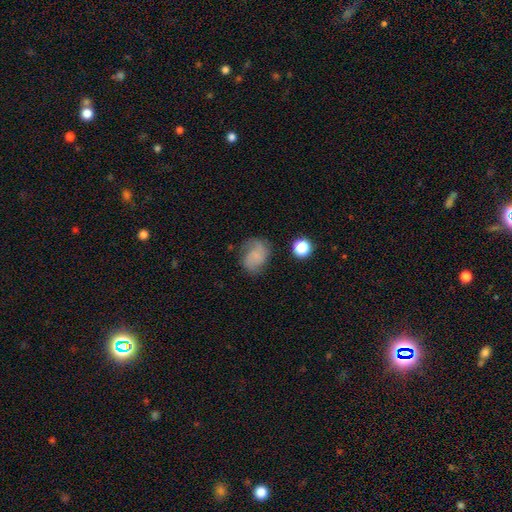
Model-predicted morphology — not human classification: featured or disk 45%, smooth 44%, star or artifact 11%. Down the decision tree: merging — none (61%).